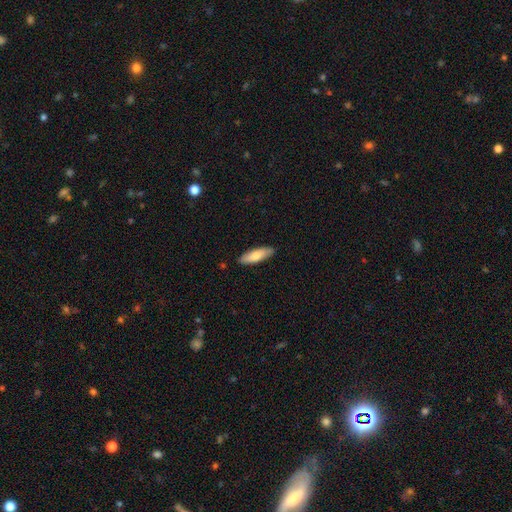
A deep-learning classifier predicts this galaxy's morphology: The model was most divided on "how rounded": cigar-shaped: 51%, in between: 48%, round: 2%. More confident: merging — none (88%); smooth or featured — smooth (76%).